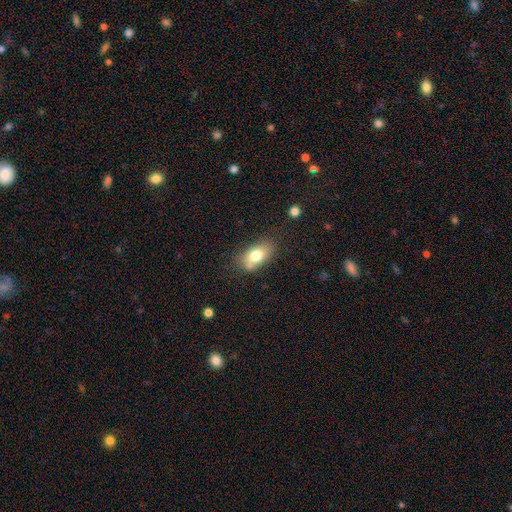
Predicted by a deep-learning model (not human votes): Smooth or featured? smooth (73%)
How rounded? in between (86%)
Merging? none (66%)